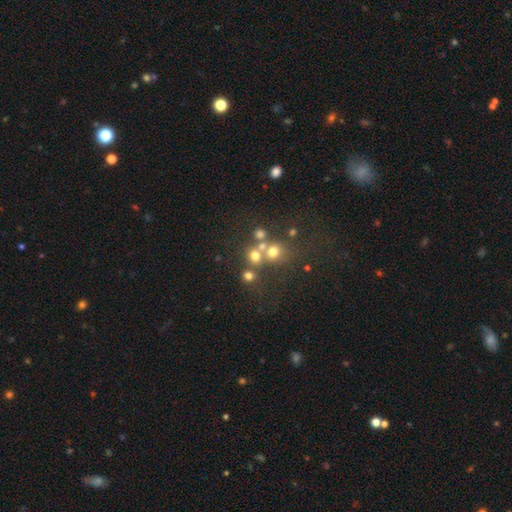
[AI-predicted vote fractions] A smooth galaxy with no disk features (64%) that is round (87%). Merging: none (54%).